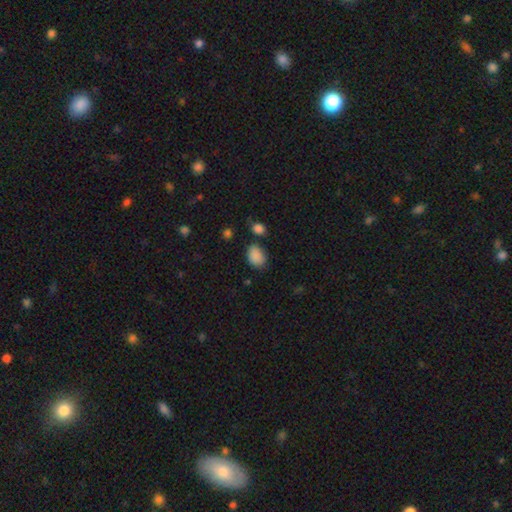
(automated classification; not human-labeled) smooth_or_featured: smooth (p=0.87) [alt: star or artifact p=0.09]
how_rounded: in between (p=0.74) [alt: round p=0.25]
merging: none (p=0.71) [alt: minor disturbance p=0.19]